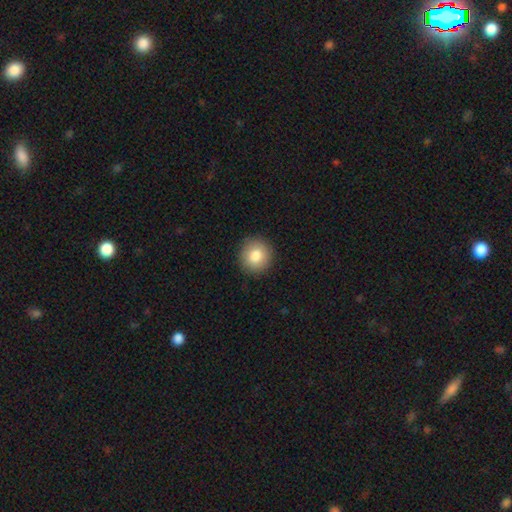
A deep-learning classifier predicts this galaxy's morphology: smooth_or_featured: smooth (p=0.83) [alt: star or artifact p=0.09]
how_rounded: round (p=0.92) [alt: in between p=0.07]
merging: none (p=0.91) [alt: minor disturbance p=0.06]